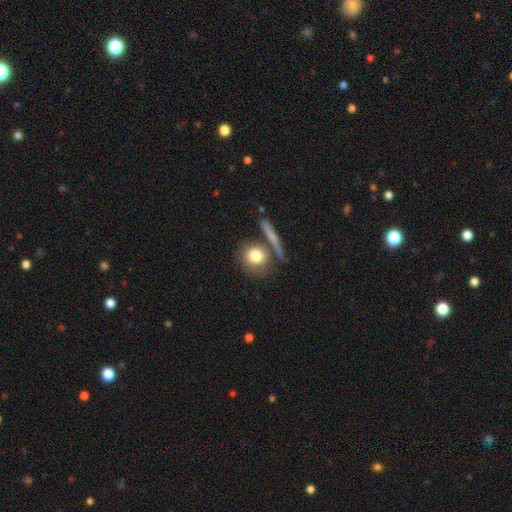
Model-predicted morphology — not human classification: smooth-or-featured: smooth: 77% | featured or disk: 15% | star or artifact: 8%
  how-rounded: round: 83% | in between: 13% | cigar-shaped: 3%
  merging: none: 64% | merger: 17% | minor disturbance: 12% | major disturbance: 6%